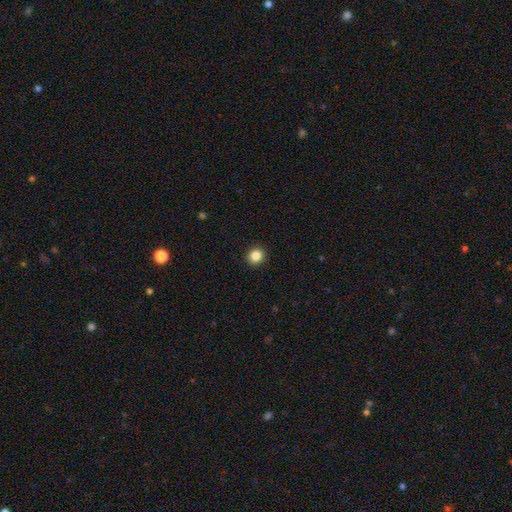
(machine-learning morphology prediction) type=smooth (85%); roundness=round (89%); merging=none (92%).